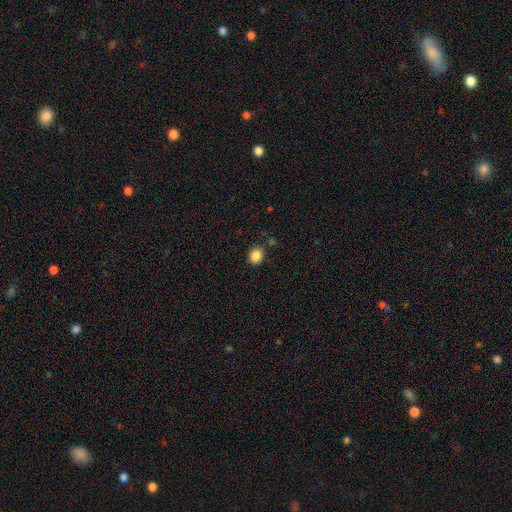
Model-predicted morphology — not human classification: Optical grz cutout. It shows a smooth galaxy with no disk features (86%) that is round (64%). Merging: none (85%).